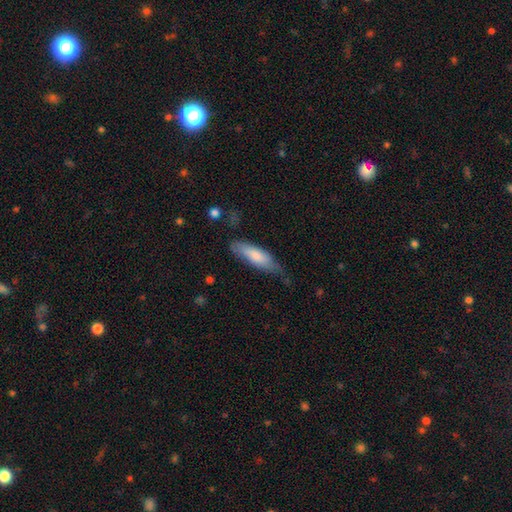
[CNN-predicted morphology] smooth-or-featured: smooth: 73% | featured or disk: 22% | star or artifact: 5%
  how-rounded: cigar-shaped: 52% | in between: 46% | round: 2%
  merging: none: 57% | minor disturbance: 32% | major disturbance: 8% | merger: 2%